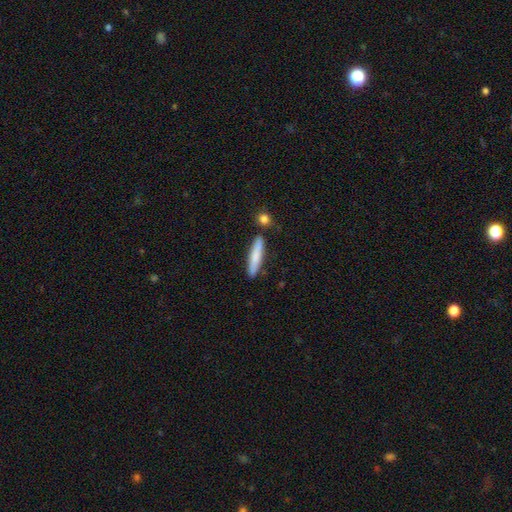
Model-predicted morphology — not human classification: A smooth galaxy with no disk features (75%) that is cigar-shaped (86%). Merging: none (83%).